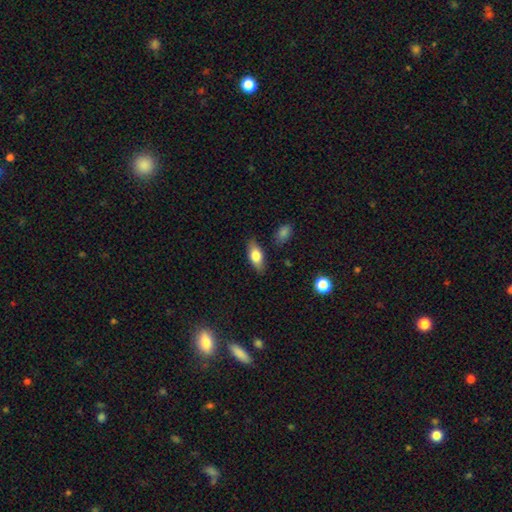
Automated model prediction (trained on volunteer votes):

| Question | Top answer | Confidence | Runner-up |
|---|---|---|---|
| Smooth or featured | smooth | 74% | featured or disk (19%) |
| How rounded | in between | 83% | cigar-shaped (13%) |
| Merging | none | 83% | minor disturbance (12%) |